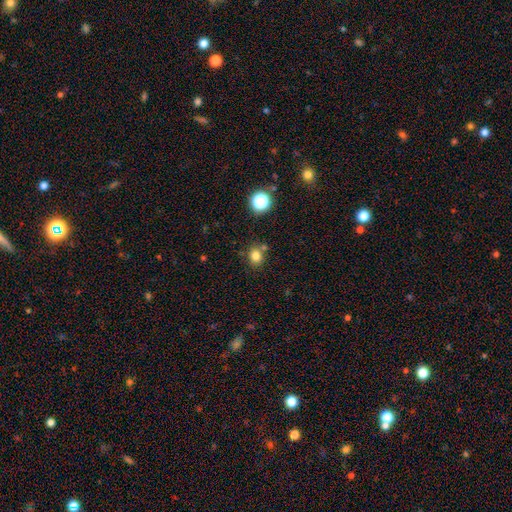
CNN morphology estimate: This appears to be a smooth galaxy with no disk features (79%) that is round (66%). Merging: none (74%).